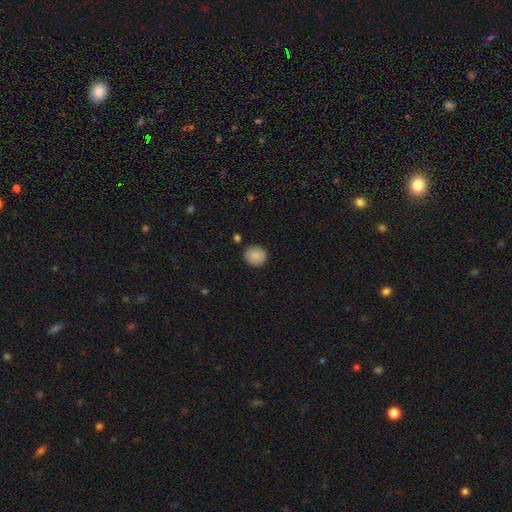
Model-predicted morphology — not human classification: Q: Smooth or featured?
A: smooth (88%); runner-up: star or artifact (8%)
Q: How rounded?
A: round (81%); runner-up: in between (18%)
Q: Merging?
A: none (87%); runner-up: minor disturbance (9%)